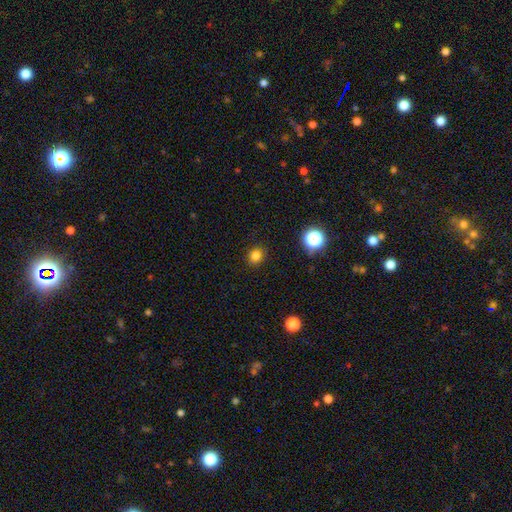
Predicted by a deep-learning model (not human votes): smooth-or-featured: smooth: 80% | star or artifact: 15% | featured or disk: 5%
  how-rounded: round: 82% | in between: 17% | cigar-shaped: 1%
  merging: none: 89% | minor disturbance: 7% | major disturbance: 2% | merger: 1%